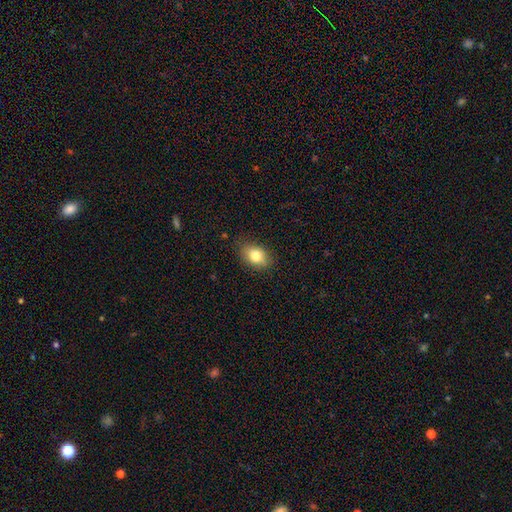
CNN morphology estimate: The model was most divided on "how rounded": in between: 77%, round: 21%, cigar-shaped: 2%. More confident: merging — none (83%); smooth or featured — smooth (80%).